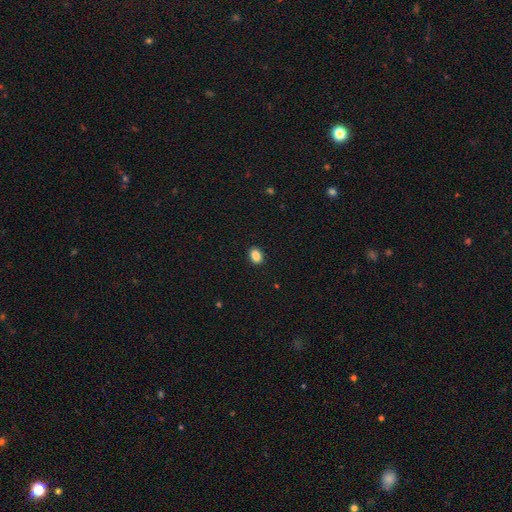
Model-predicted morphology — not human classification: Smooth or featured? smooth (87%)
How rounded? in between (73%)
Merging? none (91%)